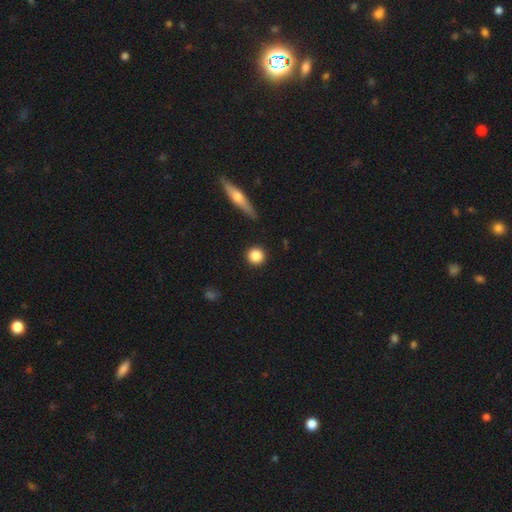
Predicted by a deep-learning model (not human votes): A smooth galaxy with no disk features (86%) that is round (94%).

Vote fractions:
- Smooth or featured? smooth: 86% / star or artifact: 8% / featured or disk: 6%
- How rounded? round: 94% / in between: 4% / cigar-shaped: 2%
- Merging? none: 90% / minor disturbance: 6% / major disturbance: 2% / merger: 2%